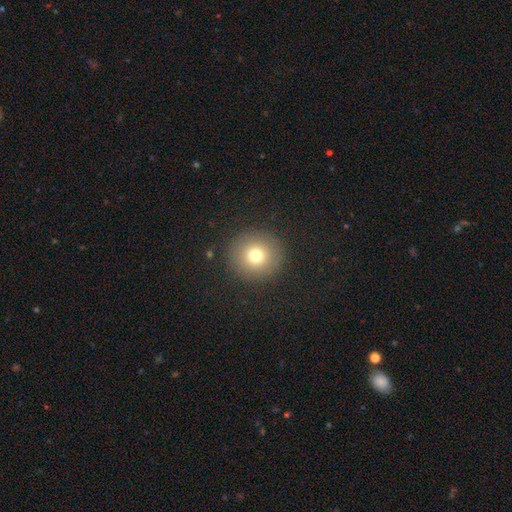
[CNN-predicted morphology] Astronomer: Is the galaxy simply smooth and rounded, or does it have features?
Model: smooth — 74%.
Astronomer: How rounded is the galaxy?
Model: round — 95%.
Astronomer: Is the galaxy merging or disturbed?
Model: none — 90%.